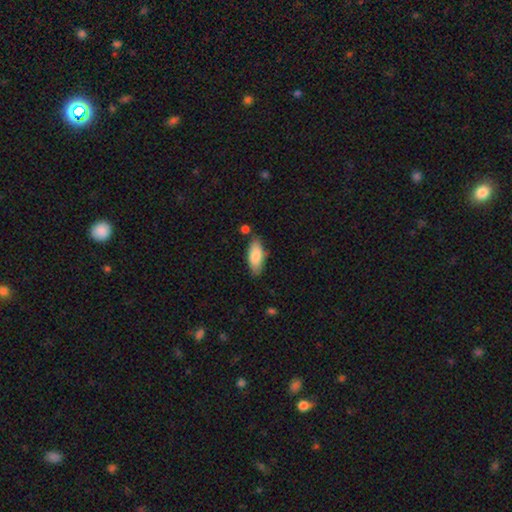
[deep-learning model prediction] Smooth or featured?
  - smooth: 83% *
  - featured or disk: 11%
  - star or artifact: 6%
How rounded?
  - in between: 80% *
  - cigar-shaped: 18%
  - round: 2%
Merging?
  - none: 77% *
  - minor disturbance: 15%
  - merger: 5%
  - major disturbance: 3%